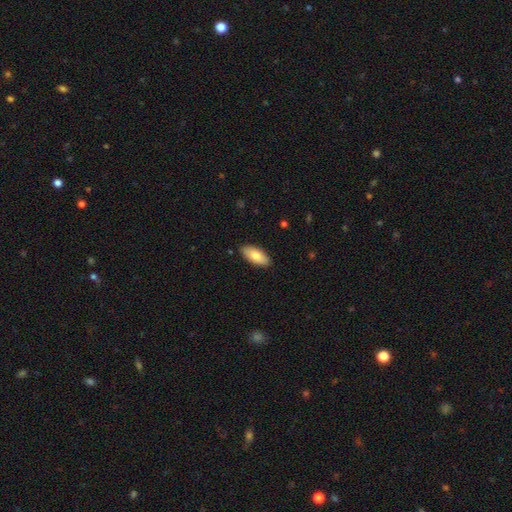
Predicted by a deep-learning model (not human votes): Overall: smooth (78%). How rounded: in between (90%). Merging: none (88%).